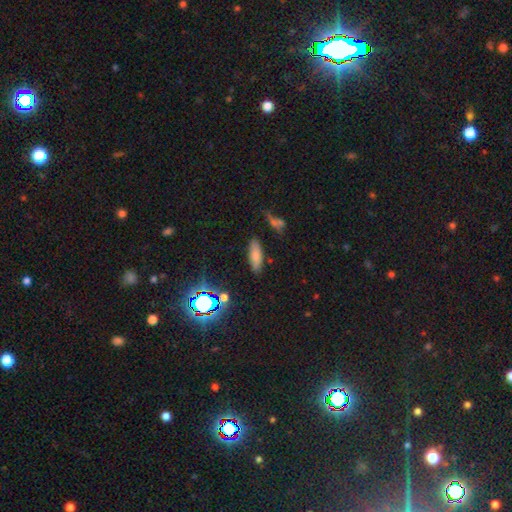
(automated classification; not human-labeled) Smooth or featured: smooth — 72% (featured or disk — 14%)
How rounded: in between — 63% (cigar-shaped — 34%)
Merging: none — 82% (minor disturbance — 12%)